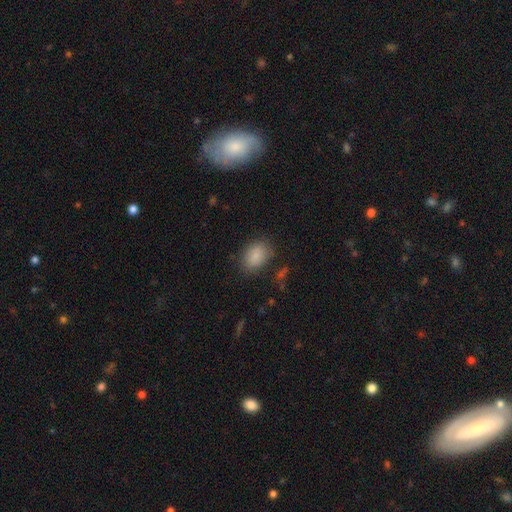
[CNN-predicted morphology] Smooth or featured? Predicted: smooth (p=0.86). How rounded? Predicted: in between (p=0.78). Merging? Predicted: none (p=0.80).